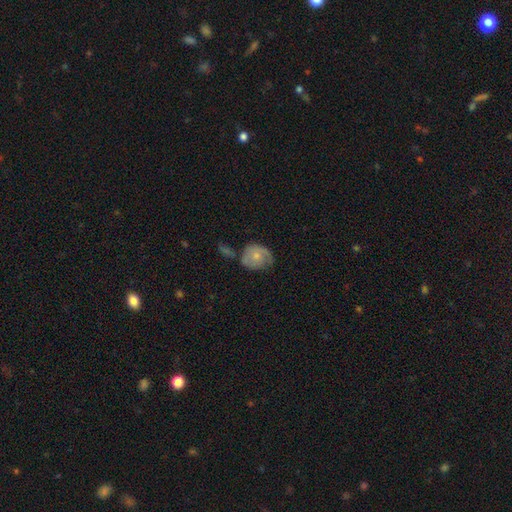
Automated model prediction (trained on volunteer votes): This appears to be a featured or disk galaxy (49%). Merging: none (46%).